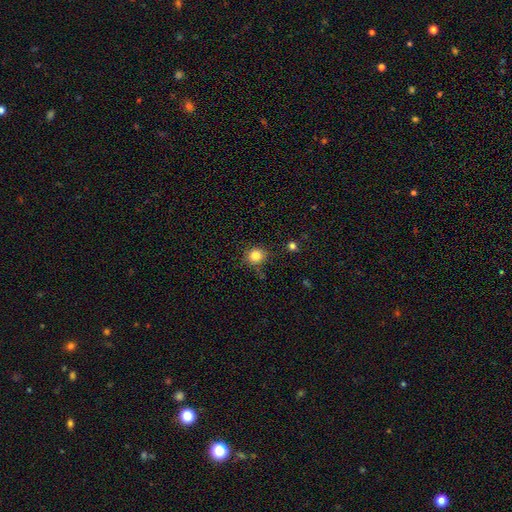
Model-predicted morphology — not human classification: Smooth or featured? smooth (83%)
How rounded? round (85%)
Merging? none (82%)